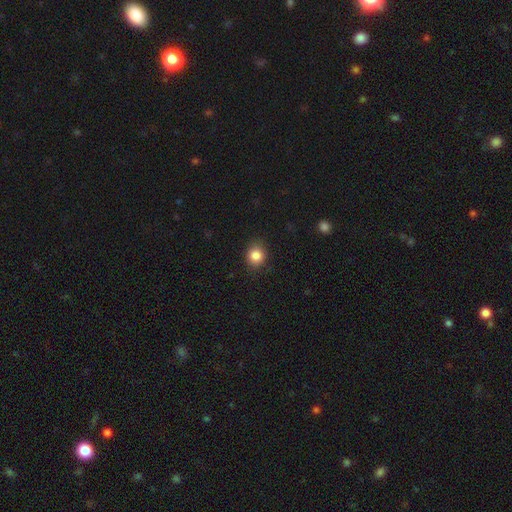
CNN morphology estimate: The model was most divided on "how rounded": round: 77%, in between: 22%, cigar-shaped: 1%. More confident: merging — none (87%); smooth or featured — smooth (85%).